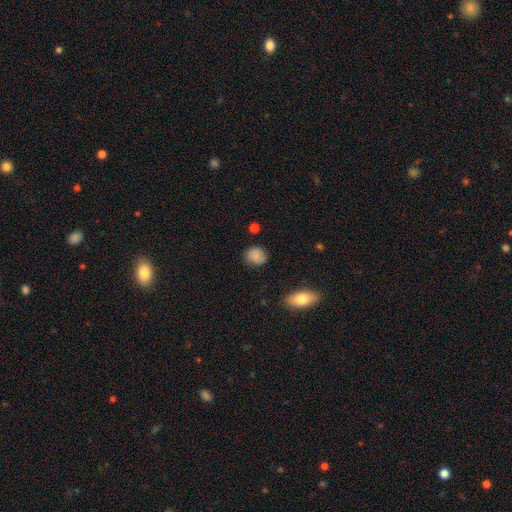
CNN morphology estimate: type=smooth (82%); roundness=round (62%); merging=none (78%).